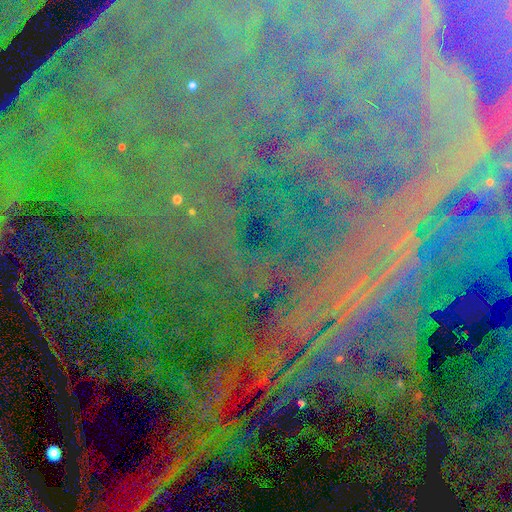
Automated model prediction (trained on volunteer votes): smooth-or-featured: star or artifact: 79% | featured or disk: 12% | smooth: 9%